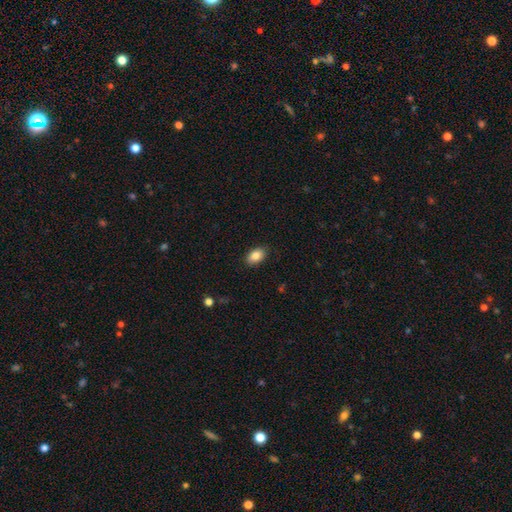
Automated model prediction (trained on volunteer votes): Morphology: type=smooth (85%); roundness=in between (90%); merging=none (88%).